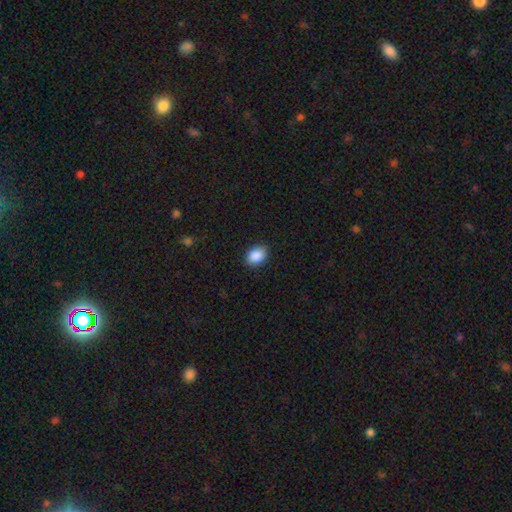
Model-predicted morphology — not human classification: A smooth galaxy with no disk features (89%) that is in between round and cigar-shaped (71%).

Vote fractions:
- Smooth or featured? smooth: 89% / star or artifact: 8% / featured or disk: 3%
- How rounded? in between: 71% / round: 28% / cigar-shaped: 1%
- Merging? none: 88% / minor disturbance: 9% / major disturbance: 2% / merger: 1%